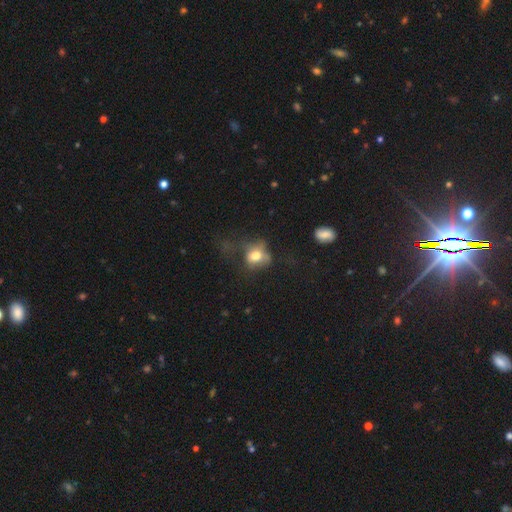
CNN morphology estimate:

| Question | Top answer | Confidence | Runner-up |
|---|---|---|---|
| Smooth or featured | smooth | 67% | featured or disk (21%) |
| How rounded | in between | 53% | round (46%) |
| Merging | major disturbance | 43% | none (30%) |